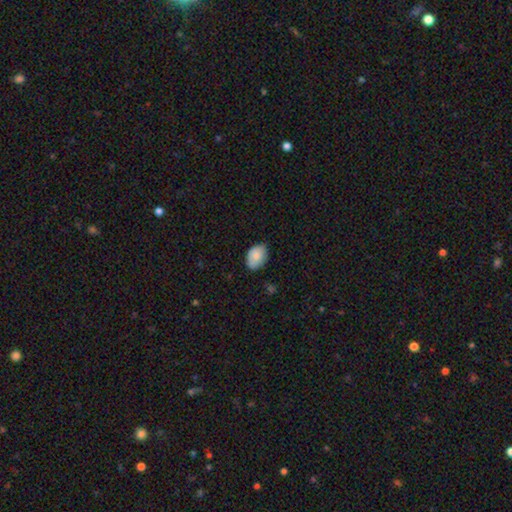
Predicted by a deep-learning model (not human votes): smooth_or_featured: smooth (p=0.82) [alt: featured or disk p=0.11]
how_rounded: in between (p=0.82) [alt: round p=0.17]
merging: none (p=0.73) [alt: minor disturbance p=0.23]